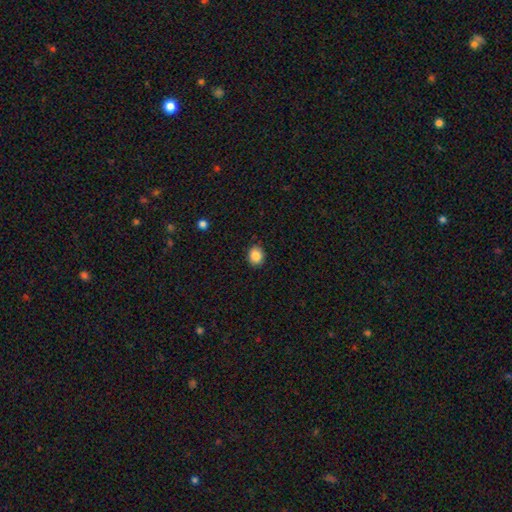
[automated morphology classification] smooth 86%, star or artifact 9%, featured or disk 5%. Down the decision tree: how rounded — round (63%); merging — none (88%).